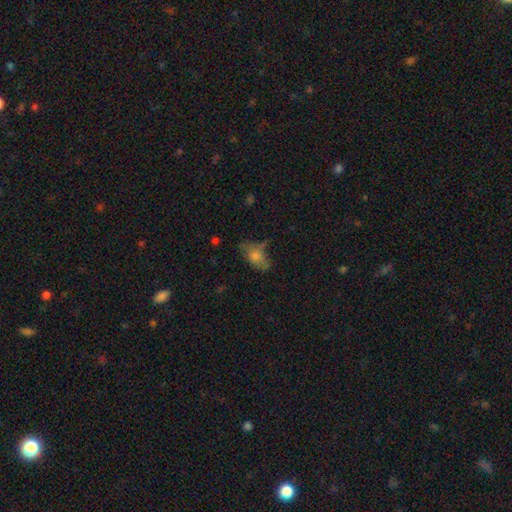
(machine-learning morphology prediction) A smooth galaxy with no disk features (61%) that is in between round and cigar-shaped (83%). Merging: none (49%).